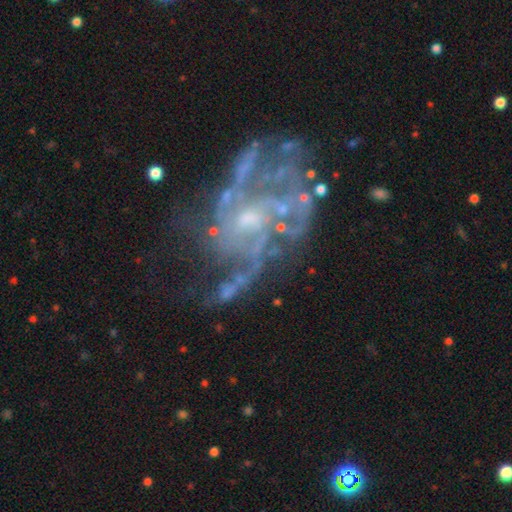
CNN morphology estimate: Q: Smooth or featured?
A: featured or disk (85%); runner-up: star or artifact (9%)
Q: Edge-on disk?
A: no (97%); runner-up: yes (3%)
Q: Bar?
A: no (64%); runner-up: weak (29%)
Q: Spiral arms?
A: yes (84%); runner-up: no (16%)
Q: Spiral winding?
A: medium (43%); runner-up: loose (29%)
Q: Spiral arm count?
A: can't tell (31%); runner-up: 2 (25%)
Q: Bulge size?
A: small (49%); runner-up: moderate (35%)
Q: Merging?
A: none (39%); runner-up: major disturbance (33%)